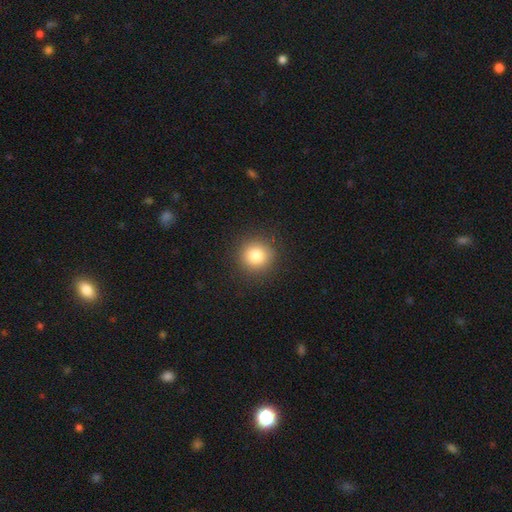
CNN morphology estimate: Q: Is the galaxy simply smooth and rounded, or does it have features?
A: smooth — 82%.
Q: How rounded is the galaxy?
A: round — 93%.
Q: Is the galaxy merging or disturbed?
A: none — 91%.